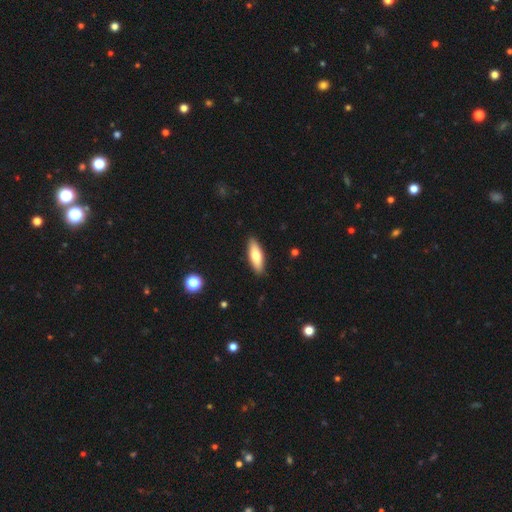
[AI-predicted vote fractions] smooth 73%, featured or disk 21%, star or artifact 6%. Down the decision tree: how rounded — in between (56%); merging — none (90%).